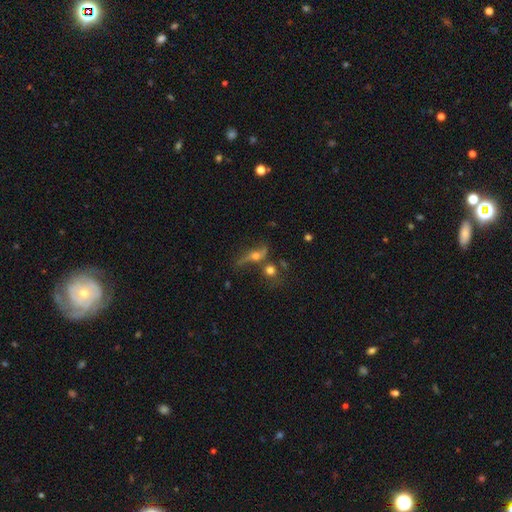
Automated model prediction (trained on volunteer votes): Q: Smooth or featured?
A: featured or disk (61%); runner-up: smooth (27%)
Q: Edge-on disk?
A: no (57%); runner-up: yes (43%)
Q: Merging?
A: none (51%); runner-up: merger (18%)